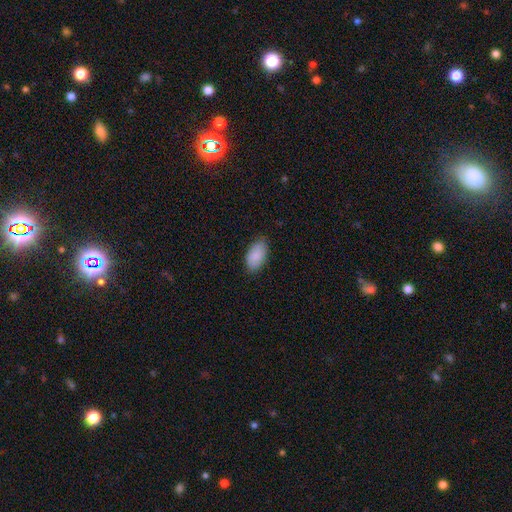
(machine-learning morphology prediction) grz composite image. It shows a smooth galaxy with no disk features (89%) that is in between round and cigar-shaped (95%). Merging: none (81%).